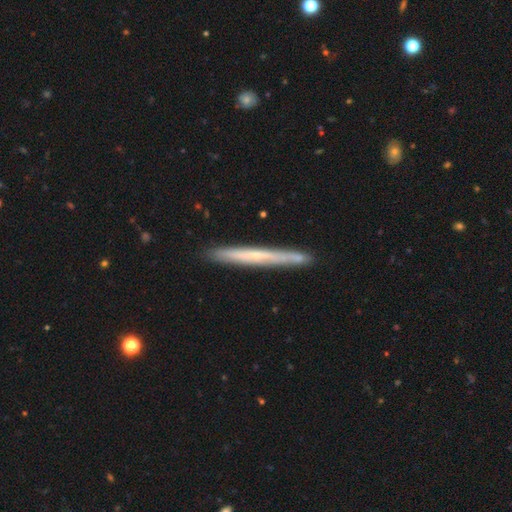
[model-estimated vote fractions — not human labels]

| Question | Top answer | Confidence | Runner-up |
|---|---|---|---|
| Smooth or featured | featured or disk | 56% | smooth (37%) |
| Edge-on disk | yes | 95% | no (5%) |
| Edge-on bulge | none | 68% | rounded (29%) |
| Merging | none | 88% | minor disturbance (9%) |